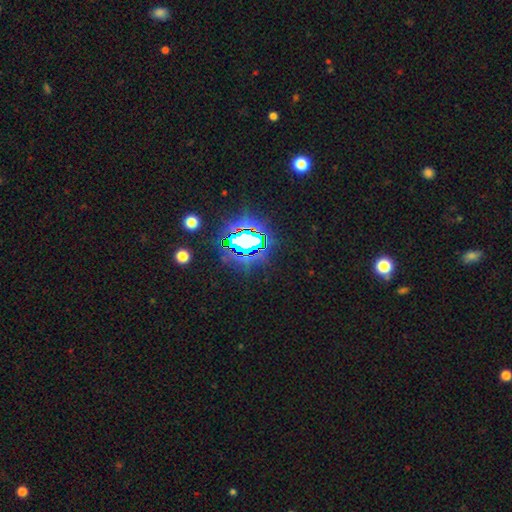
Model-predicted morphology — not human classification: A star or artifact, not a galaxy (84%).